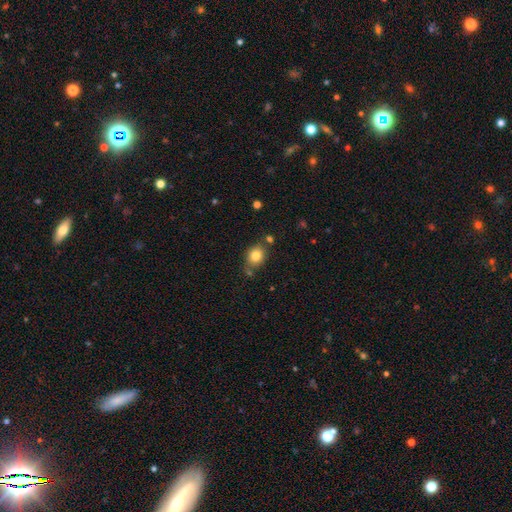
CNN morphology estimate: This appears to be a smooth galaxy with no disk features (81%) that is round (53%). Merging: none (70%).